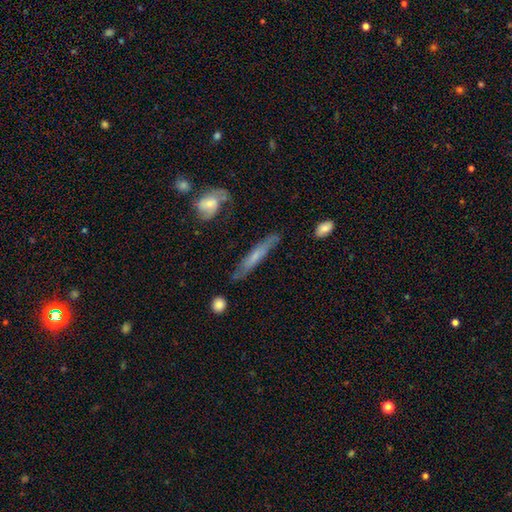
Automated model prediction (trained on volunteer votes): smooth_or_featured: featured or disk (p=0.49) [alt: smooth p=0.44]
merging: none (p=0.76) [alt: minor disturbance p=0.17]